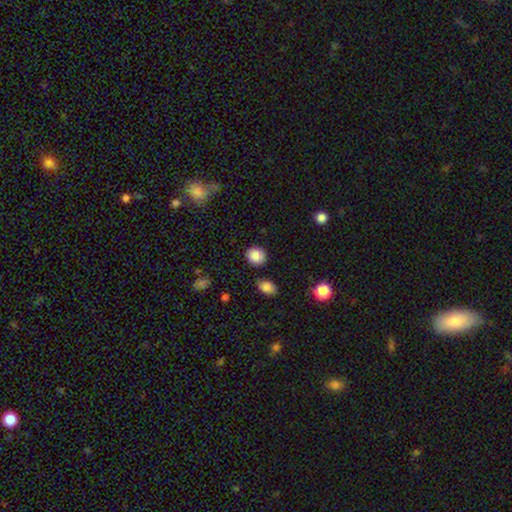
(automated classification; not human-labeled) A smooth galaxy with no disk features (86%) that is round (79%). Merging: none (85%).